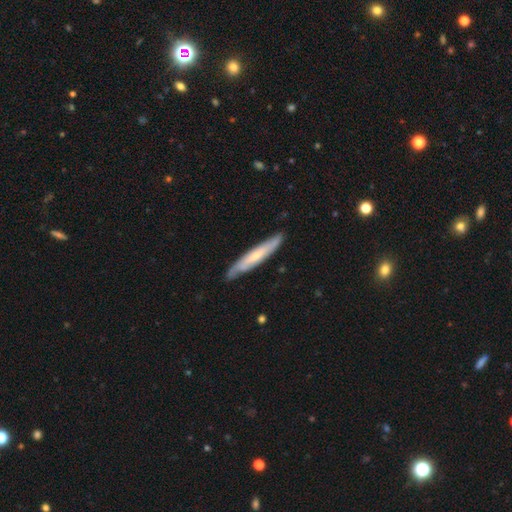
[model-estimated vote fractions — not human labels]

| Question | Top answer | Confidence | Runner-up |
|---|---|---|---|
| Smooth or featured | featured or disk | 51% | smooth (43%) |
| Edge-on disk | yes | 70% | no (30%) |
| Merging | none | 81% | minor disturbance (15%) |